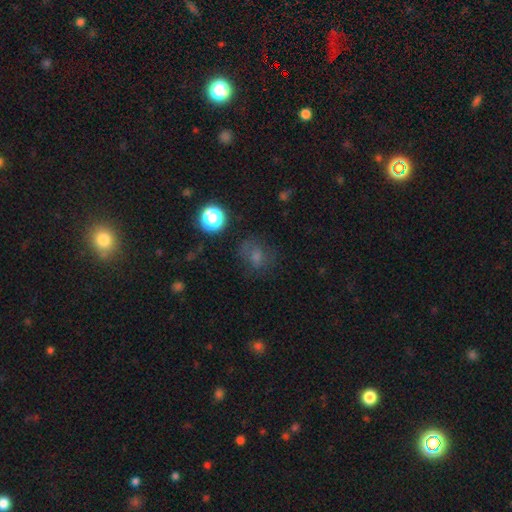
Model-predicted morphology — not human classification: The model was most divided on "how rounded": round: 68%, in between: 31%, cigar-shaped: 1%. More confident: merging — none (65%); smooth or featured — smooth (61%).